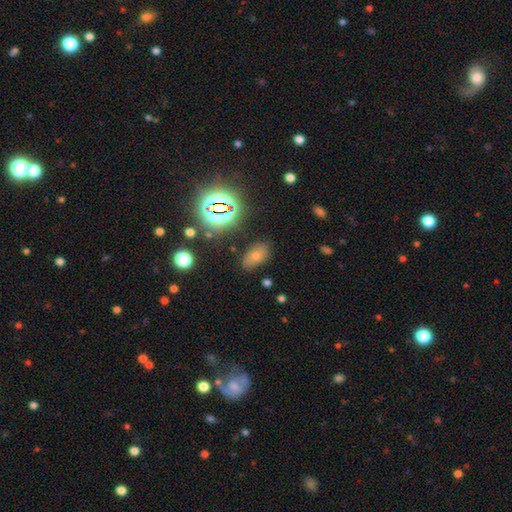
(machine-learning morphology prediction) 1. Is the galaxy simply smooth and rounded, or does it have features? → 45% smooth, 40% star or artifact, 16% featured or disk.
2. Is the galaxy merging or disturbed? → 80% none, 14% minor disturbance, 4% major disturbance, 2% merger.